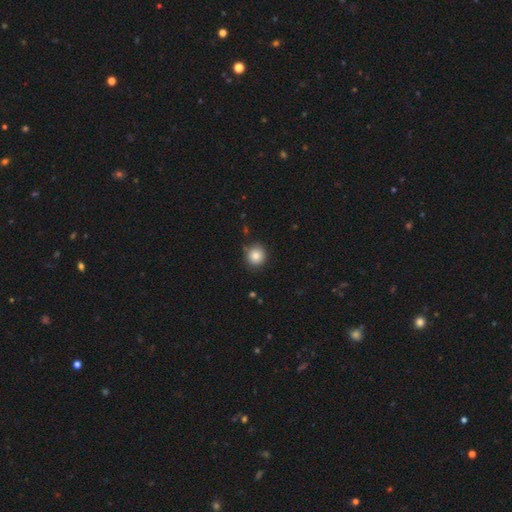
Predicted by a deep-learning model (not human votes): Smooth or featured? smooth (83%)
How rounded? round (92%)
Merging? none (84%)